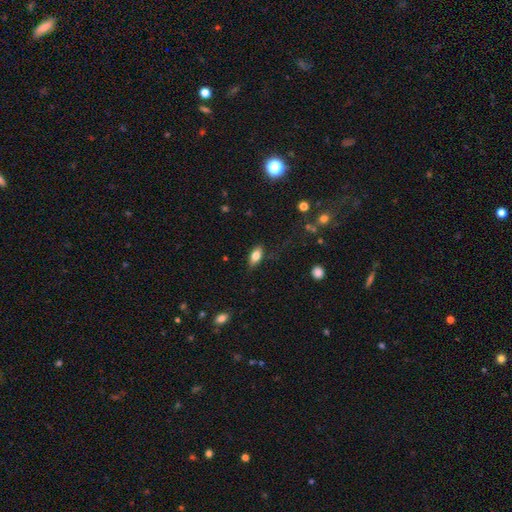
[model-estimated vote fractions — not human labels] Overall: smooth (78%). How rounded: in between (86%). Merging: none (79%).